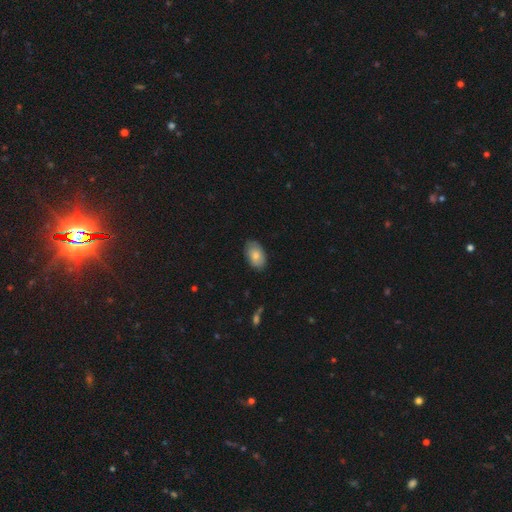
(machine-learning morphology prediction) smooth-or-featured: smooth: 82% | featured or disk: 12% | star or artifact: 6%
  how-rounded: in between: 92% | round: 7% | cigar-shaped: 1%
  merging: none: 83% | minor disturbance: 14% | major disturbance: 2% | merger: 1%